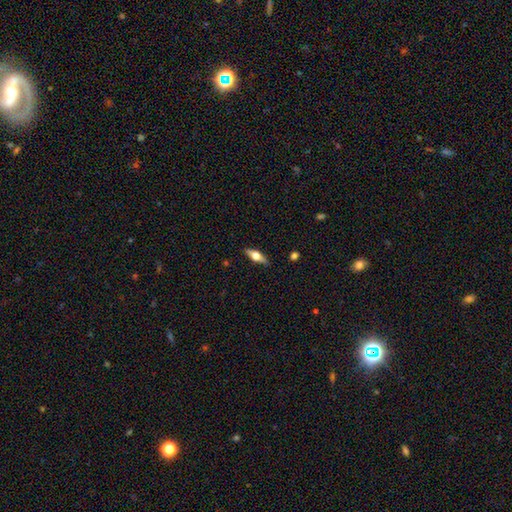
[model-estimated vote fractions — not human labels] This is possibly a featured or disk galaxy (56%). It is clearly viewed edge-on (94%). Edge-on bulge: clearly rounded (94%). Merging: clearly none (87%).